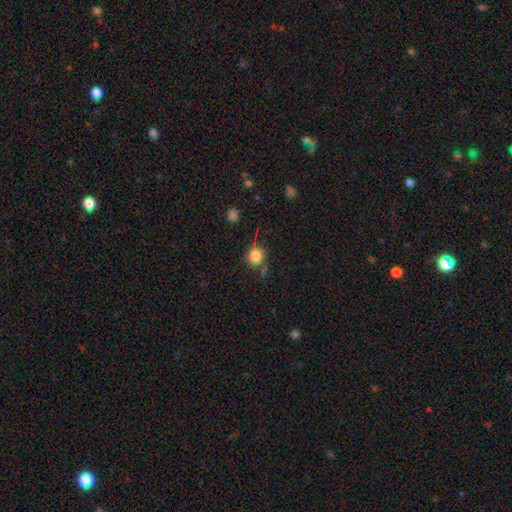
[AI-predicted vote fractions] Smooth or featured? smooth (80%)
How rounded? round (90%)
Merging? none (76%)